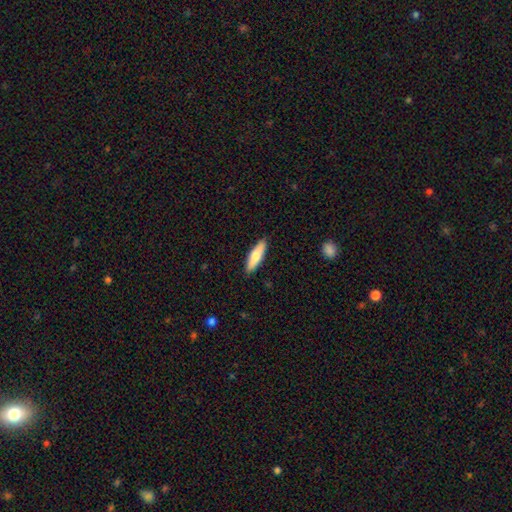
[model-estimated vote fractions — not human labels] Smooth or featured?
  - smooth: 69% *
  - featured or disk: 25%
  - star or artifact: 5%
How rounded?
  - cigar-shaped: 61% *
  - in between: 37%
  - round: 2%
Merging?
  - none: 89% *
  - minor disturbance: 8%
  - major disturbance: 2%
  - merger: 1%